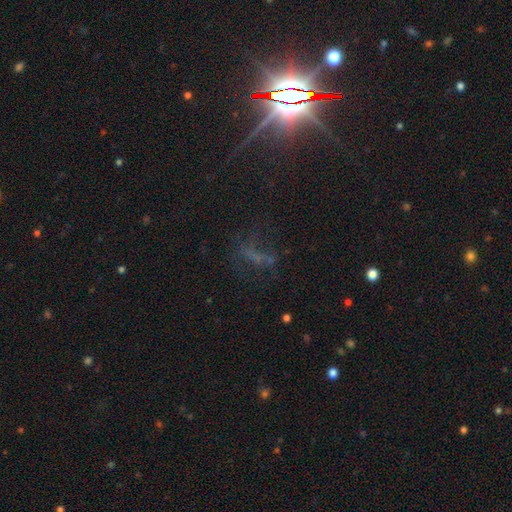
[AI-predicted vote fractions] The model was most divided on "smooth or featured": star or artifact: 47%, featured or disk: 29%, smooth: 25%.